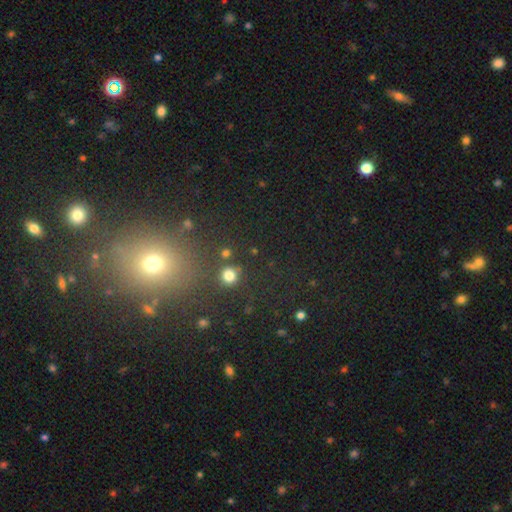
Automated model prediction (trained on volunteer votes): Smooth or featured? smooth (48%)
Merging? none (82%)